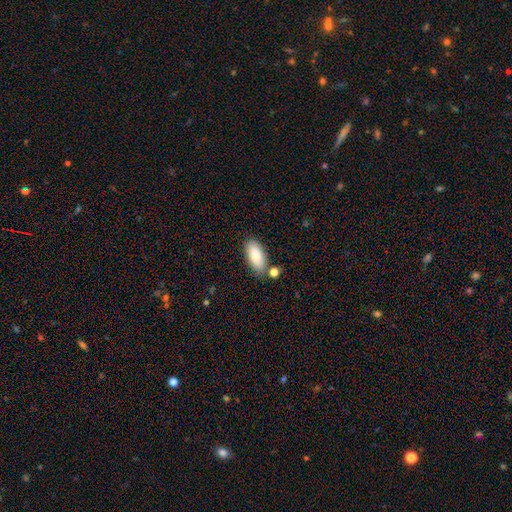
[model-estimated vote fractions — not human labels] smooth-or-featured: smooth: 82% | featured or disk: 11% | star or artifact: 7%
  how-rounded: in between: 87% | cigar-shaped: 10% | round: 2%
  merging: none: 78% | minor disturbance: 12% | merger: 7% | major disturbance: 3%